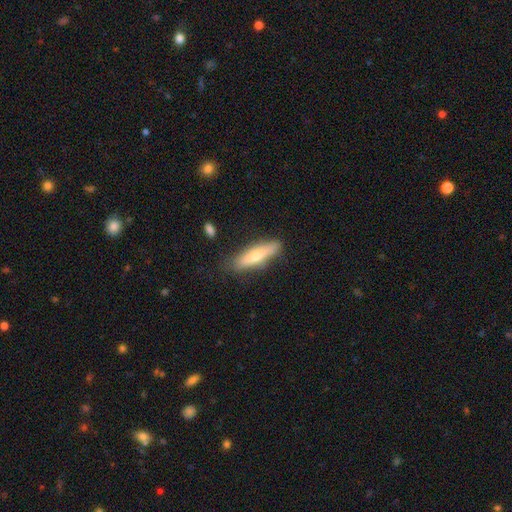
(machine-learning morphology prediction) A smooth galaxy with no disk features (61%) that is cigar-shaped (75%).

Vote fractions:
- Smooth or featured? smooth: 61% / featured or disk: 33% / star or artifact: 6%
- How rounded? cigar-shaped: 75% / in between: 23% / round: 2%
- Merging? none: 81% / minor disturbance: 14% / major disturbance: 3% / merger: 2%